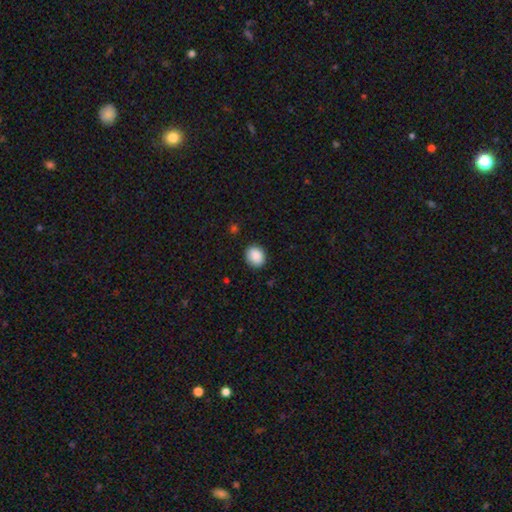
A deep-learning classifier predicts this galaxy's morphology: type=smooth (89%); roundness=round (59%); merging=none (89%).